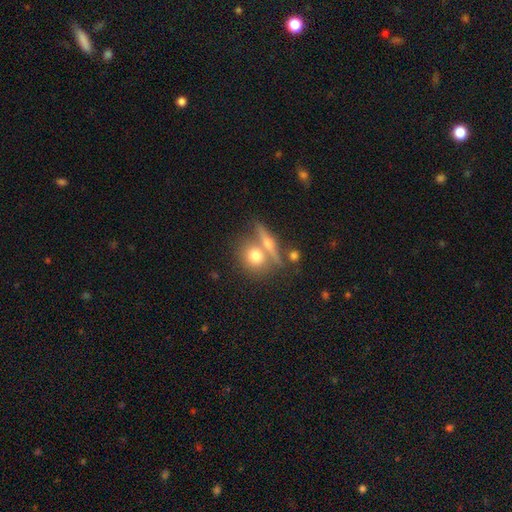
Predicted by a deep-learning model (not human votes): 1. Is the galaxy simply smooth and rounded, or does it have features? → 65% smooth, 26% featured or disk, 10% star or artifact.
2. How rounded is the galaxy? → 75% round, 20% in between, 6% cigar-shaped.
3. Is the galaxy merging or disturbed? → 49% none, 37% merger, 10% minor disturbance, 5% major disturbance.